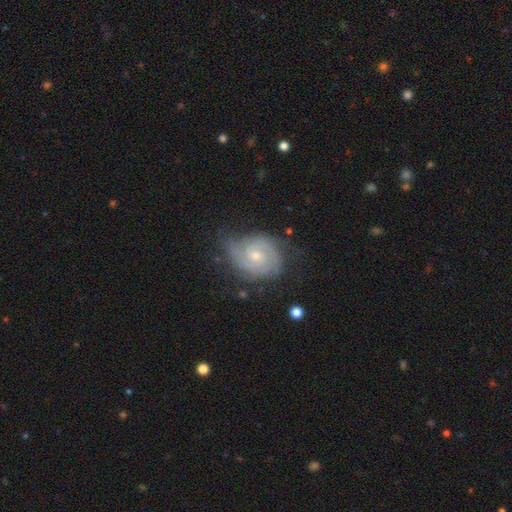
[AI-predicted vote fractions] Smooth or featured? featured or disk (81%)
Edge-on disk? no (97%)
Bar? no (64%)
Spiral arms? yes (94%)
Spiral winding? tight (62%)
Spiral arm count? 2 (51%)
Bulge size? small (49%)
Merging? none (63%)